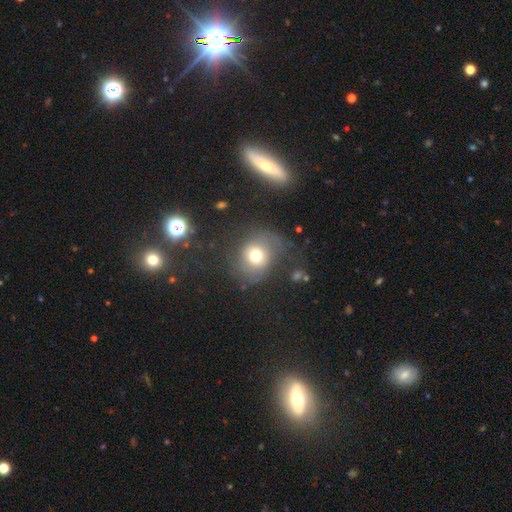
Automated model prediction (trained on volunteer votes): smooth_or_featured: smooth (p=0.65) [alt: featured or disk p=0.20]
how_rounded: round (p=0.75) [alt: in between p=0.24]
merging: none (p=0.60) [alt: minor disturbance p=0.20]